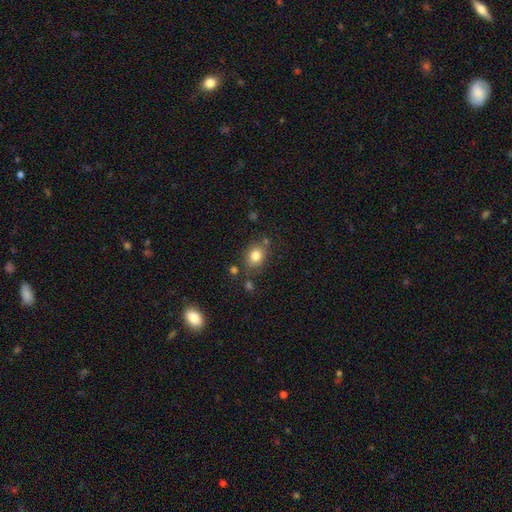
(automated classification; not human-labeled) The model was most divided on "how rounded": in between: 55%, round: 43%, cigar-shaped: 1%. More confident: smooth or featured — smooth (82%); merging — none (72%).